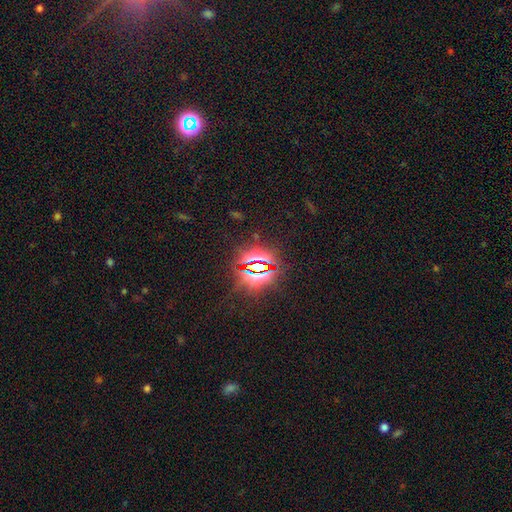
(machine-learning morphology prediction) A star or artifact, not a galaxy (83%).

Vote fractions:
- Smooth or featured? star or artifact: 83% / smooth: 9% / featured or disk: 8%